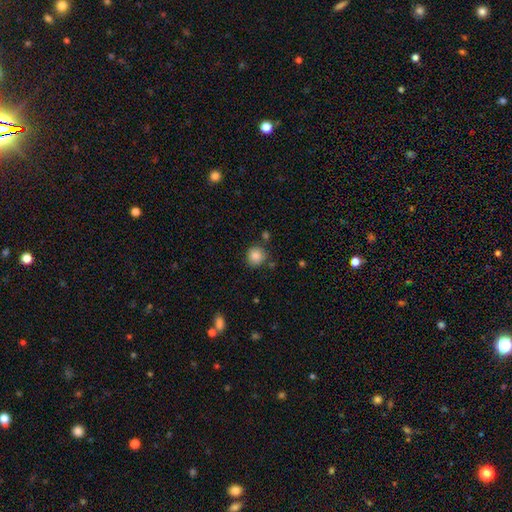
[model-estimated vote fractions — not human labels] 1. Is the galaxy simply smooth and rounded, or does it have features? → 87% smooth, 9% star or artifact, 4% featured or disk.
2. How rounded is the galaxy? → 90% round, 10% in between, 1% cigar-shaped.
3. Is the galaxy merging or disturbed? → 79% none, 12% minor disturbance, 5% merger, 4% major disturbance.